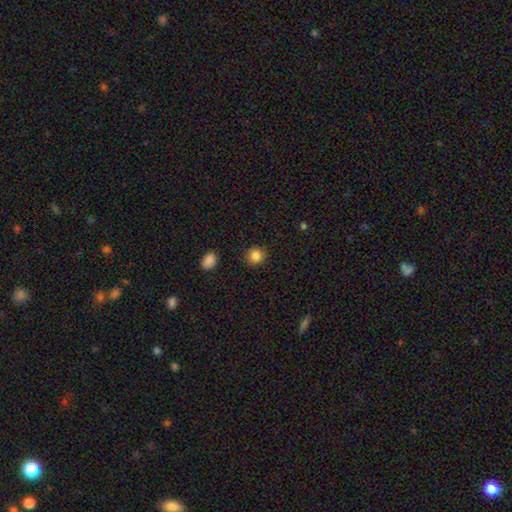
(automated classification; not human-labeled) smooth 86%, star or artifact 10%, featured or disk 4%. Down the decision tree: how rounded — round (89%); merging — none (89%).